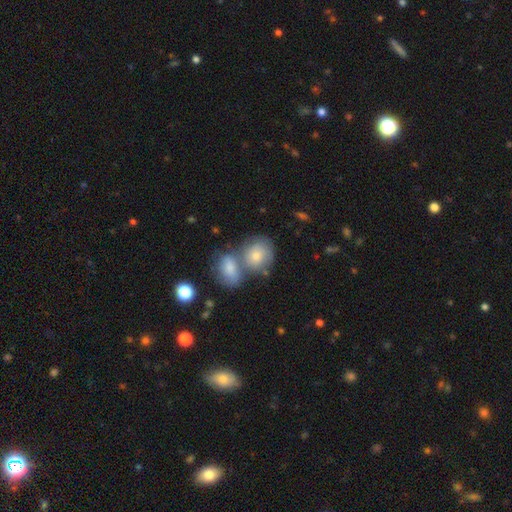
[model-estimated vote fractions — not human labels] This appears to be a smooth galaxy with no disk features (63%) that is round (55%). Merging: merger (50%).